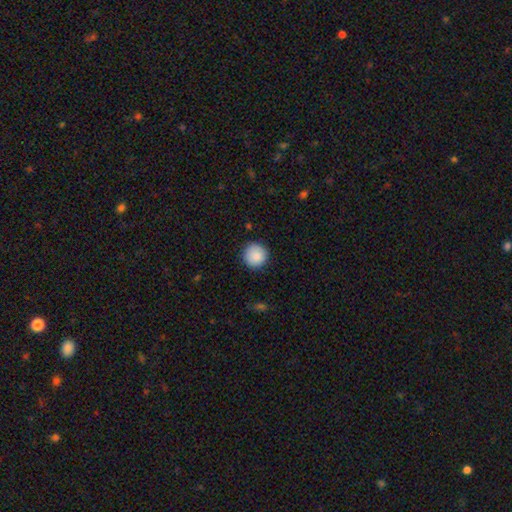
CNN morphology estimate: The model was most divided on "merging": none: 89%, minor disturbance: 8%, major disturbance: 2%, merger: 1%. More confident: how rounded — round (95%); smooth or featured — smooth (89%).